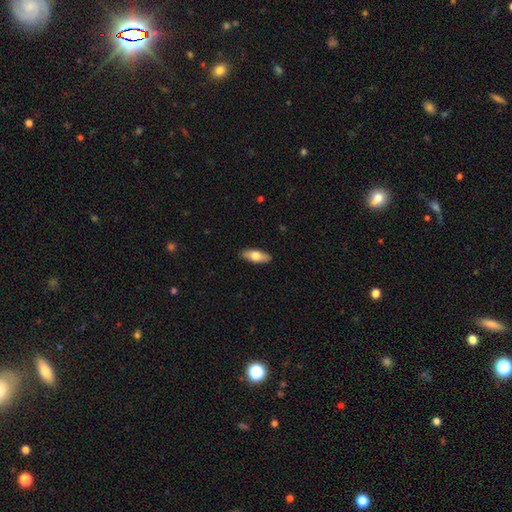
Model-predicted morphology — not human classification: smooth 71%, featured or disk 23%, star or artifact 6%. Down the decision tree: how rounded — in between (73%); merging — none (90%).